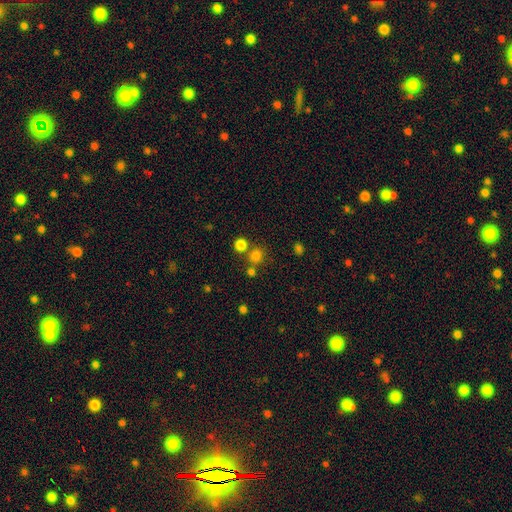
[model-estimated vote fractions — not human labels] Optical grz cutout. It shows a smooth galaxy with no disk features (76%) that is round (89%). Merging: none (67%).